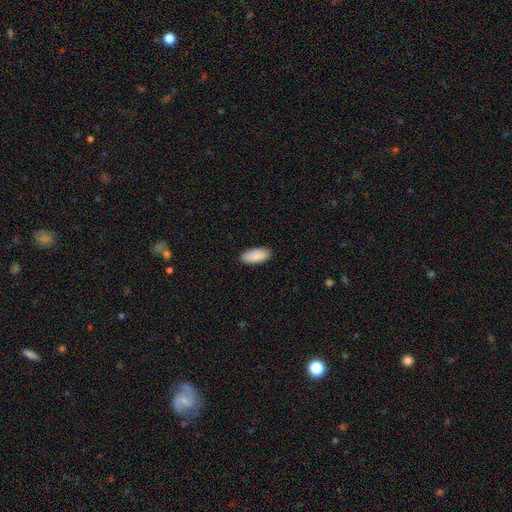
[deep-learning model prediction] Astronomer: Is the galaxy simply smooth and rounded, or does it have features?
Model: smooth — 89%.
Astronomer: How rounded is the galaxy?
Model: in between — 86%.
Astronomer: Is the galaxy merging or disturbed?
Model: none — 88%.